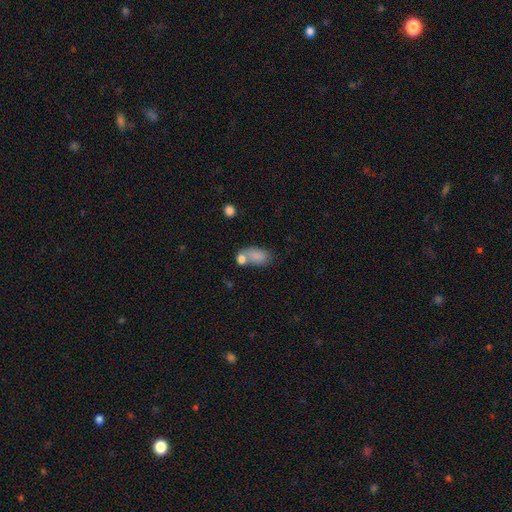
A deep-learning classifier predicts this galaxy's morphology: This appears to be a smooth galaxy with no disk features (81%) that is in between round and cigar-shaped (88%). Merging: none (39%).